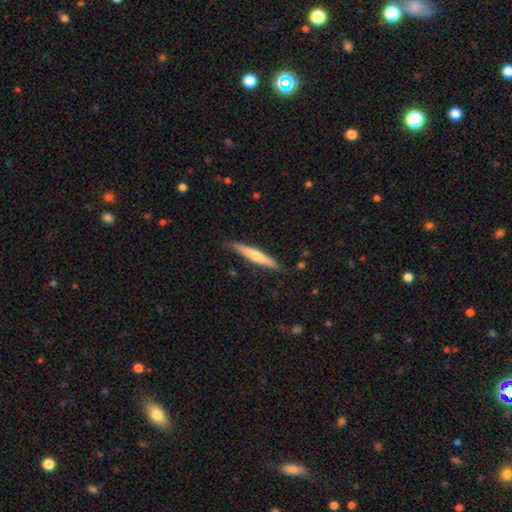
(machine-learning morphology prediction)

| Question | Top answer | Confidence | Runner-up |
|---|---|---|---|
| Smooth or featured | smooth | 53% | featured or disk (42%) |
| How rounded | cigar-shaped | 92% | in between (6%) |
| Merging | none | 85% | minor disturbance (12%) |